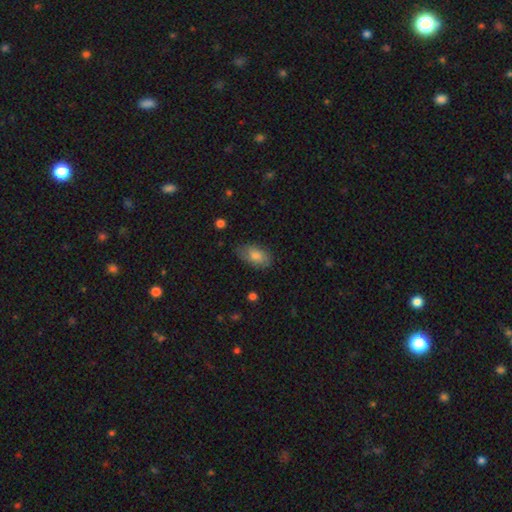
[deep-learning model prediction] This is likely a smooth galaxy (74%). How rounded: clearly in between (91%). Merging: likely none (68%).